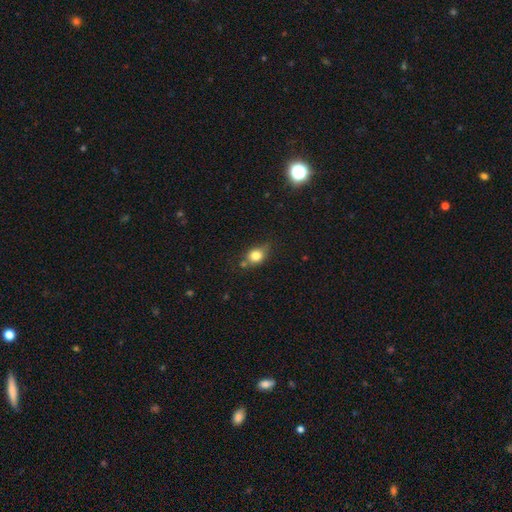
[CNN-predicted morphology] Overall: smooth (79%). How rounded: round (52%; in between 46%). Merging: none (61%; minor disturbance 24%).